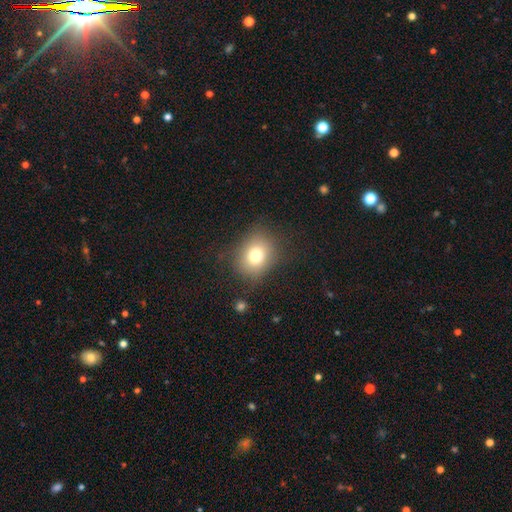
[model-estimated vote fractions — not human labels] This is likely a smooth galaxy (74%). How rounded: likely round (61%). Merging: likely none (80%).